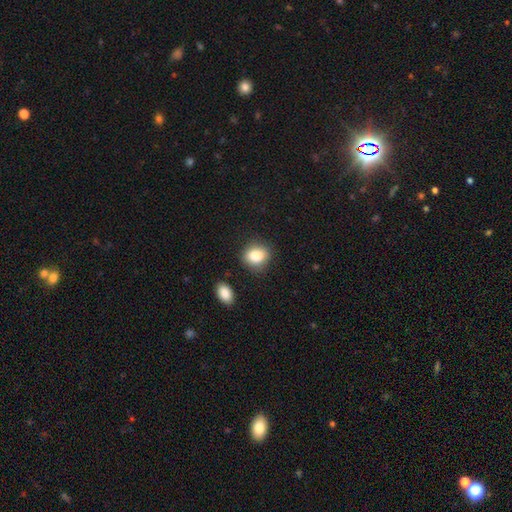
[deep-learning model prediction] Smooth or featured?
  - smooth: 85% *
  - star or artifact: 9%
  - featured or disk: 6%
How rounded?
  - round: 56% *
  - in between: 43%
  - cigar-shaped: 1%
Merging?
  - none: 81% *
  - minor disturbance: 13%
  - merger: 3%
  - major disturbance: 3%